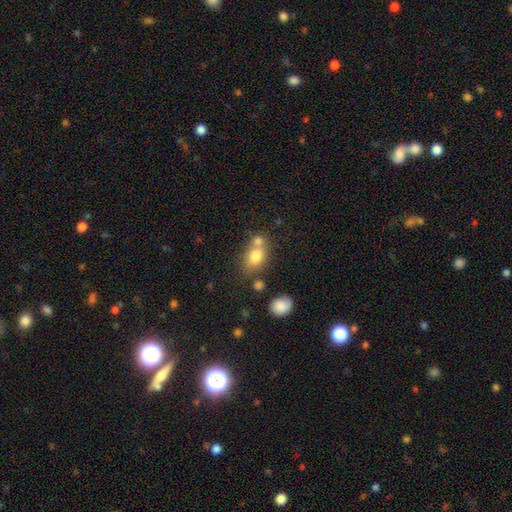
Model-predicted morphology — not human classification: This is likely a smooth galaxy (76%). How rounded: possibly in between (59%). Merging: marginally none (42%, tied with merger).